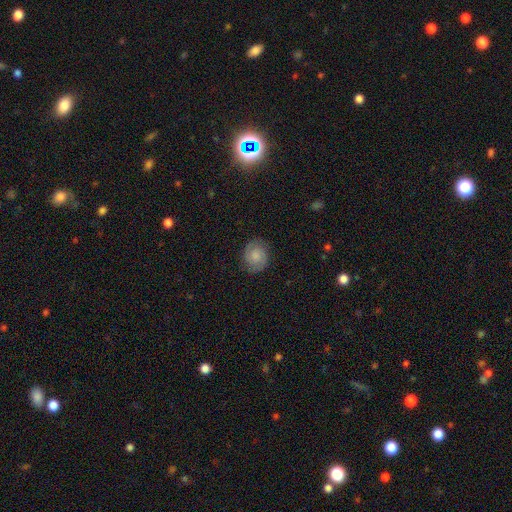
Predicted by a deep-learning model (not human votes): Overall: featured or disk (48%; smooth 43%). Merging: none (82%).